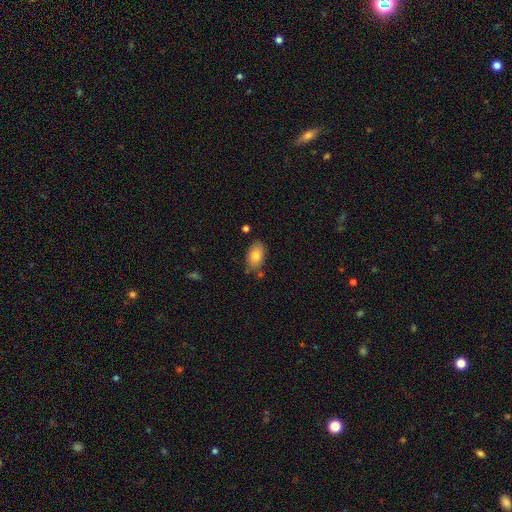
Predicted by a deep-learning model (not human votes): The model was most divided on "merging": none: 76%, minor disturbance: 16%, merger: 5%, major disturbance: 3%. More confident: how rounded — in between (90%); smooth or featured — smooth (83%).